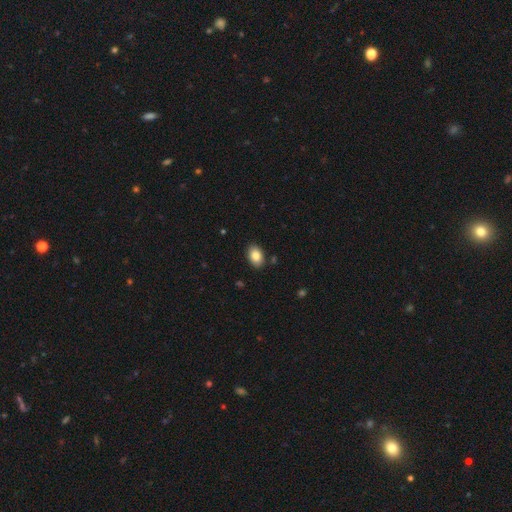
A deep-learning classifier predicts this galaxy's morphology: This is clearly a smooth galaxy (86%). How rounded: clearly in between (85%). Merging: clearly none (87%).